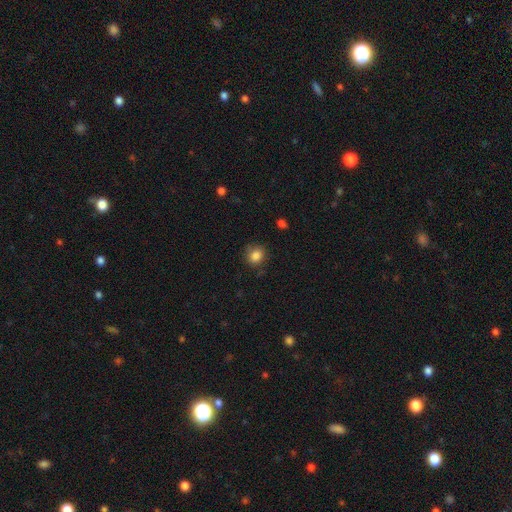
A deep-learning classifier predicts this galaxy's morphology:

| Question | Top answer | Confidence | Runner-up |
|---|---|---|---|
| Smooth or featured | smooth | 85% | star or artifact (10%) |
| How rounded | round | 82% | in between (17%) |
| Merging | none | 80% | minor disturbance (15%) |